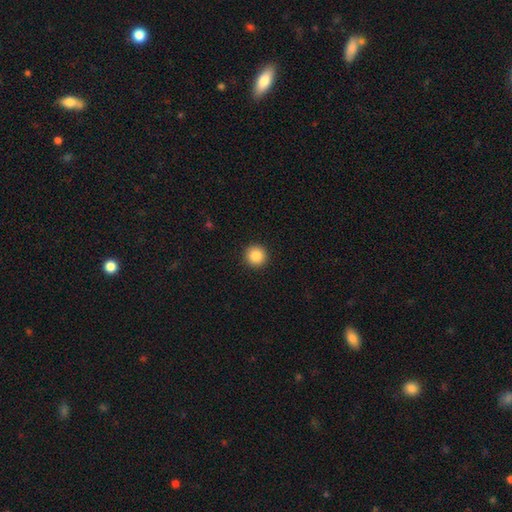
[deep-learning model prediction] This is clearly a smooth galaxy (87%). How rounded: clearly round (96%). Merging: clearly none (93%).